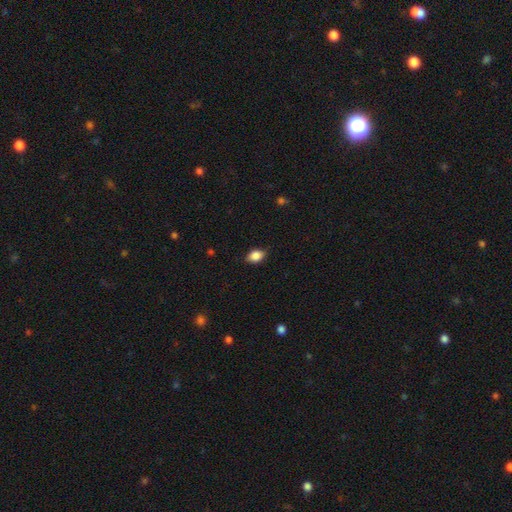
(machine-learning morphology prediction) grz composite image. It shows a smooth galaxy with no disk features (85%) that is in between round and cigar-shaped (79%). Merging: none (81%).